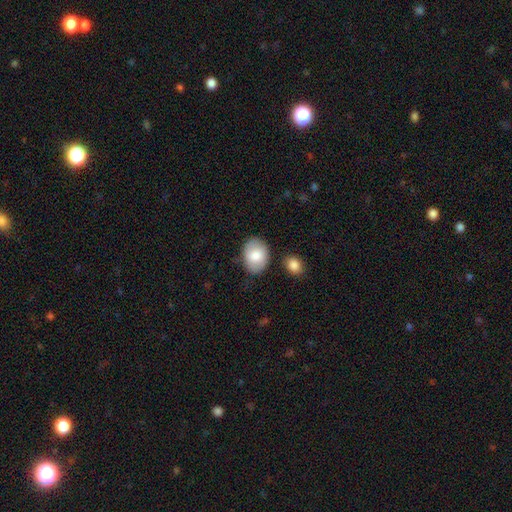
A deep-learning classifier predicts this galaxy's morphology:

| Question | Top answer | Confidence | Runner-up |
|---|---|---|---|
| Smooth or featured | smooth | 81% | featured or disk (12%) |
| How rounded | in between | 74% | round (25%) |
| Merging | none | 78% | minor disturbance (14%) |